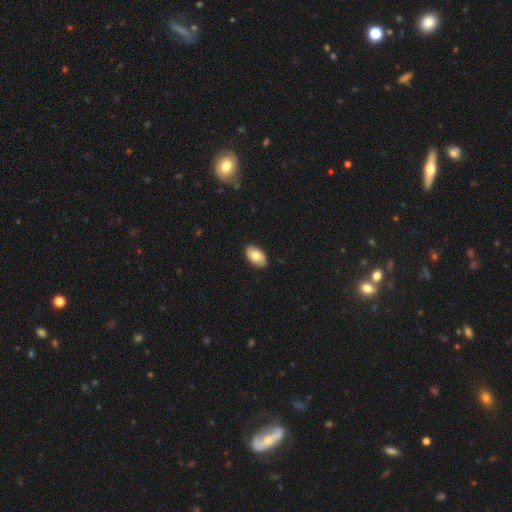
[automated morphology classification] The model was most divided on "smooth or featured": smooth: 79%, featured or disk: 15%, star or artifact: 6%. More confident: how rounded — in between (94%); merging — none (88%).